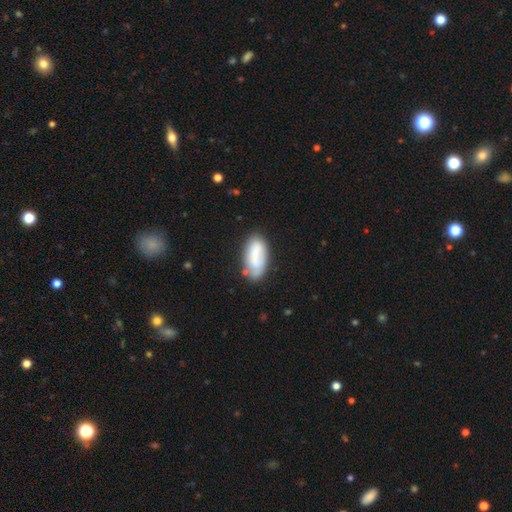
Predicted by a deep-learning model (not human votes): smooth-or-featured: smooth: 65% | featured or disk: 28% | star or artifact: 7%
  how-rounded: in between: 90% | cigar-shaped: 7% | round: 3%
  merging: none: 63% | minor disturbance: 24% | major disturbance: 7% | merger: 6%